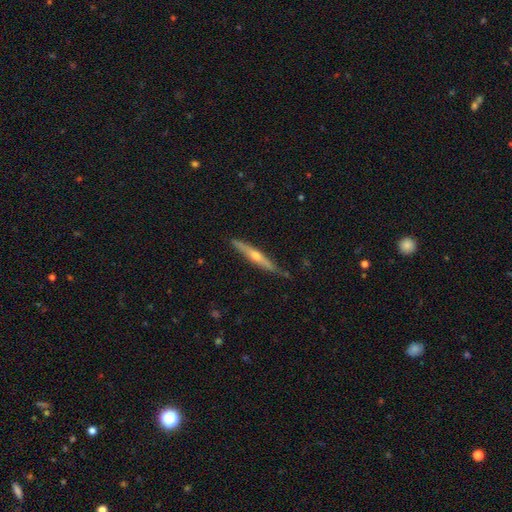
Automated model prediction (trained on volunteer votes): smooth_or_featured: featured or disk (p=0.71) [alt: smooth p=0.24]
disk_edge_on: yes (p=0.96) [alt: no p=0.04]
edge_on_bulge: rounded (p=0.87) [alt: none p=0.10]
merging: none (p=0.84) [alt: minor disturbance p=0.13]